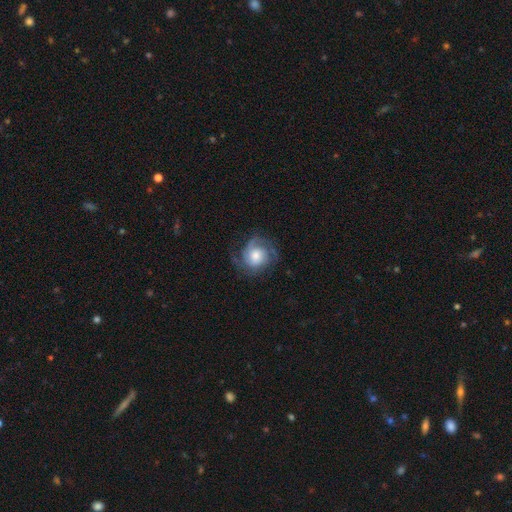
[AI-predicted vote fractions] A featured or disk galaxy (72%) with no bar (75%), 2 (33%) tight (48%) spiral arms (93%) and a moderate central bulge (50%).

Vote fractions:
- Smooth or featured? featured or disk: 72% / smooth: 21% / star or artifact: 7%
- Edge-on disk? no: 98% / yes: 2%
- Bar? no: 75% / weak: 21% / strong: 4%
- Spiral arms? yes: 93% / no: 7%
- Spiral winding? tight: 48% / medium: 39% / loose: 13%
- Spiral arm count? 2: 33% / 3: 27% / can't tell: 22% / 4: 6% / 1: 6% / more than 4: 5%
- Bulge size? moderate: 50% / large: 23% / small: 22% / dominant: 3% / none: 3%
- Merging? none: 69% / minor disturbance: 18% / major disturbance: 12% / merger: 1%